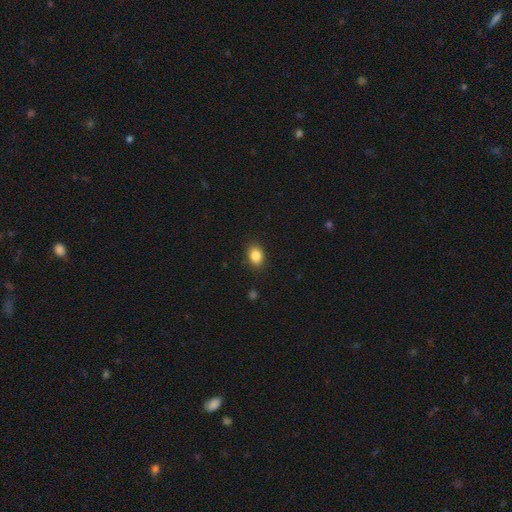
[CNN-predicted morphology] smooth-or-featured: smooth: 86% | star or artifact: 9% | featured or disk: 5%
  how-rounded: in between: 70% | round: 29% | cigar-shaped: 1%
  merging: none: 87% | minor disturbance: 9% | major disturbance: 2% | merger: 1%